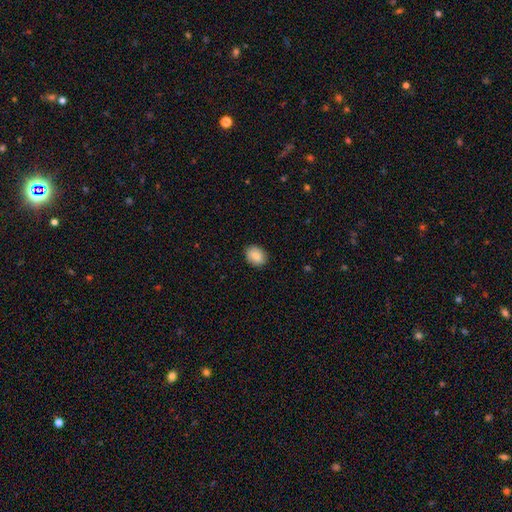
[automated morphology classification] Smooth or featured: smooth — 86% (star or artifact — 7%)
How rounded: in between — 56% (round — 43%)
Merging: none — 87% (minor disturbance — 10%)